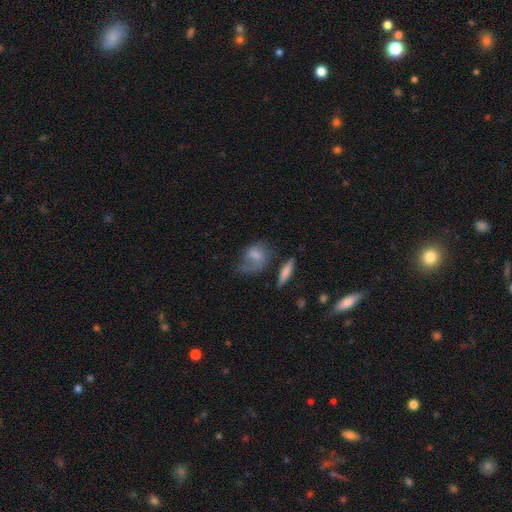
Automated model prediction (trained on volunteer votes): A smooth galaxy with no disk features (63%) that is in between round and cigar-shaped (68%). Merging: none (34%).